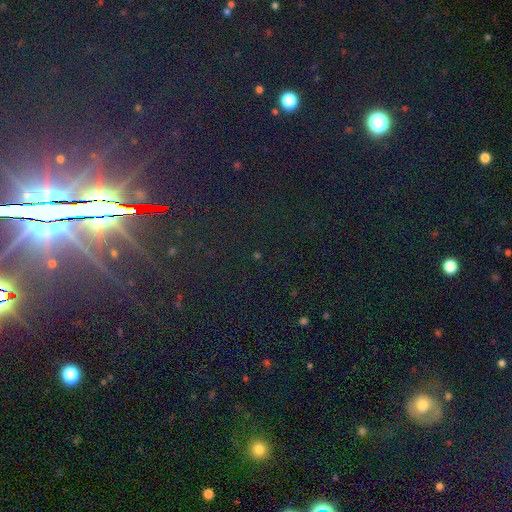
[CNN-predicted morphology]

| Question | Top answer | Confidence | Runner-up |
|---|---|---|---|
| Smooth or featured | star or artifact | 84% | smooth (8%) |